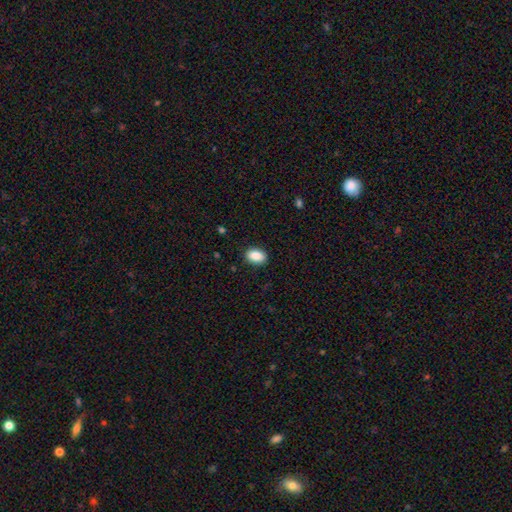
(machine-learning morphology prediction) Overall: smooth (89%). How rounded: in between (85%). Merging: none (88%).